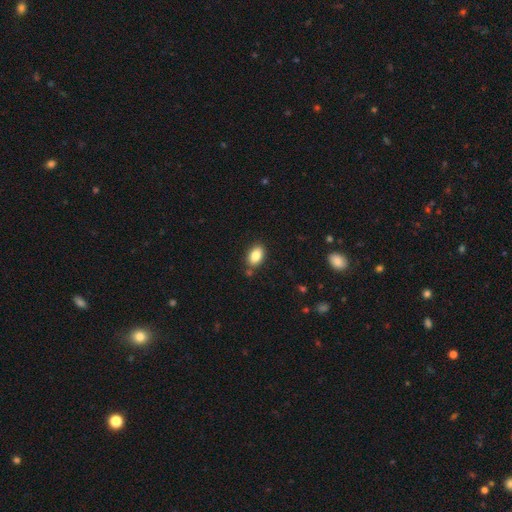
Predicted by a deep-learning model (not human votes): The model was most divided on "merging": none: 82%, minor disturbance: 11%, merger: 5%, major disturbance: 2%. More confident: how rounded — in between (89%); smooth or featured — smooth (85%).